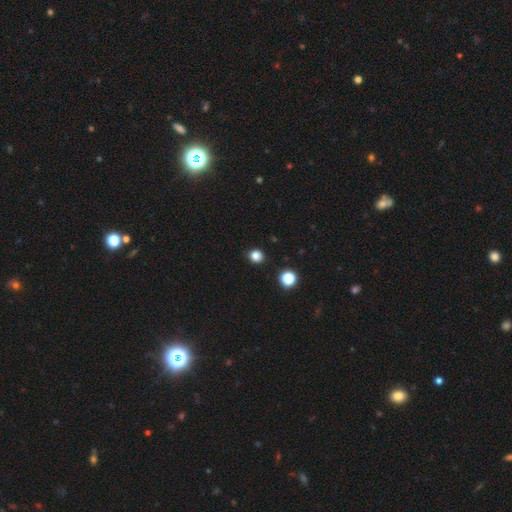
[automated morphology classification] Q: Smooth or featured?
A: smooth (83%); runner-up: star or artifact (13%)
Q: How rounded?
A: round (87%); runner-up: in between (12%)
Q: Merging?
A: none (90%); runner-up: minor disturbance (6%)